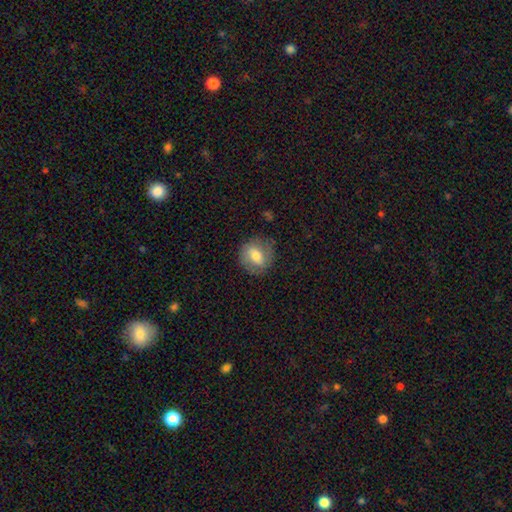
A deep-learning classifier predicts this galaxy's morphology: smooth 60%, featured or disk 32%, star or artifact 8%. Down the decision tree: how rounded — round (70%); merging — none (77%).